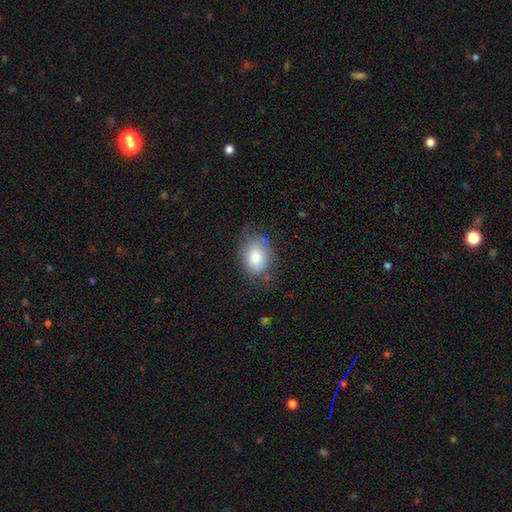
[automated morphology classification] smooth 79%, featured or disk 12%, star or artifact 9%. Down the decision tree: how rounded — in between (64%); merging — none (69%).